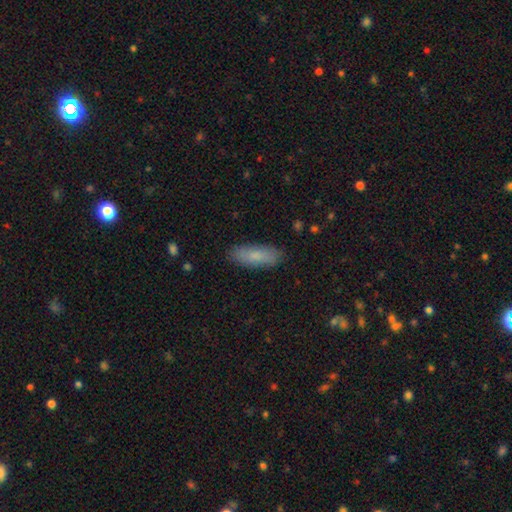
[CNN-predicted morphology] smooth-or-featured: smooth: 81% | featured or disk: 13% | star or artifact: 6%
  how-rounded: in between: 60% | cigar-shaped: 38% | round: 2%
  merging: none: 87% | minor disturbance: 10% | major disturbance: 2% | merger: 1%